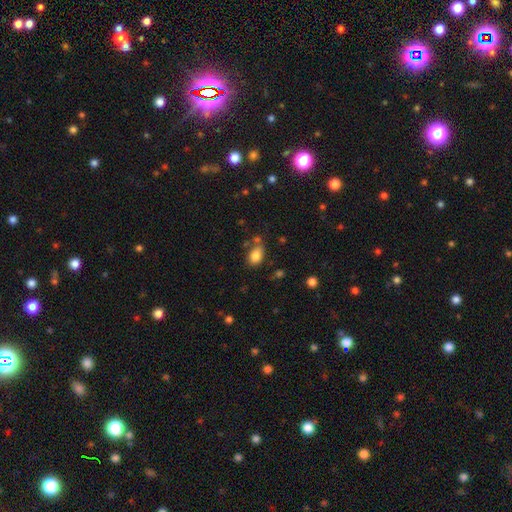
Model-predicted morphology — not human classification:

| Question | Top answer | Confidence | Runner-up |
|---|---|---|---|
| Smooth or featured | smooth | 82% | star or artifact (10%) |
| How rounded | in between | 73% | round (26%) |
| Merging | none | 62% | minor disturbance (19%) |